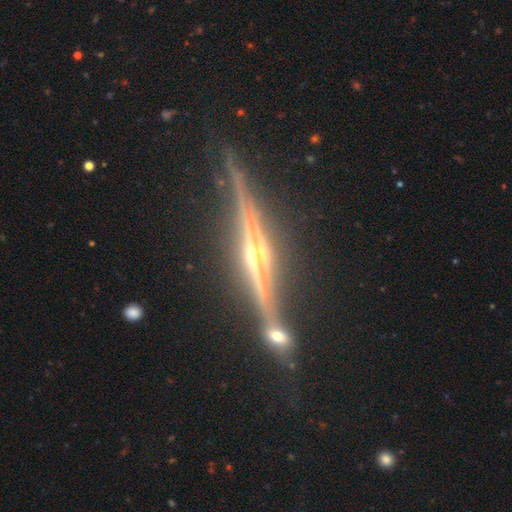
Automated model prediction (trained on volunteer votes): A featured or disk galaxy (85%) viewed edge-on (96%) with a rounded central bulge (87%).

Vote fractions:
- Smooth or featured? featured or disk: 85% / star or artifact: 10% / smooth: 5%
- Edge-on disk? yes: 96% / no: 4%
- Edge-on bulge? rounded: 87% / boxy: 7% / none: 6%
- Merging? none: 72% / merger: 14% / minor disturbance: 10% / major disturbance: 4%